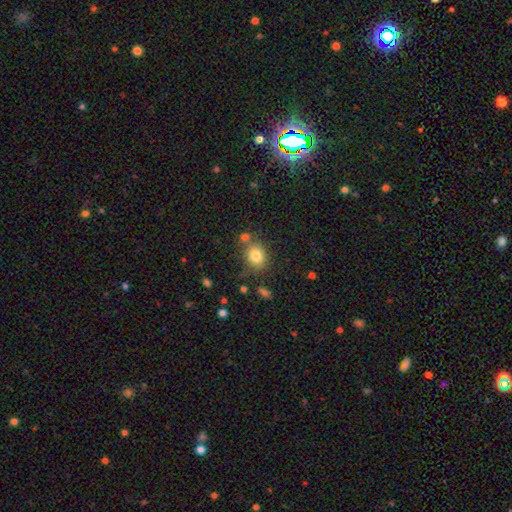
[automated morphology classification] Q: Smooth or featured?
A: smooth (80%); runner-up: star or artifact (11%)
Q: How rounded?
A: round (60%); runner-up: in between (39%)
Q: Merging?
A: none (67%); runner-up: minor disturbance (15%)